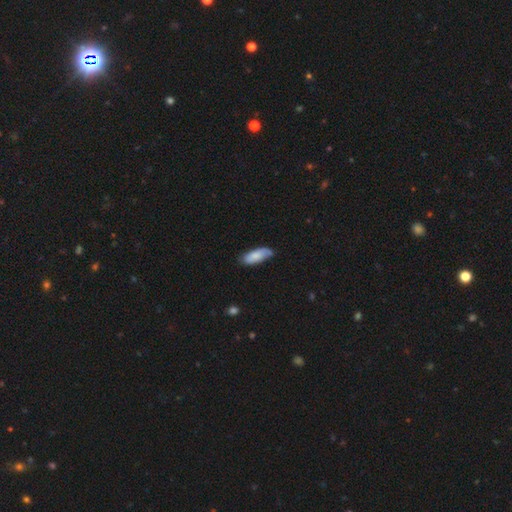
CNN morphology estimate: A smooth galaxy with no disk features (78%) that is in between round and cigar-shaped (74%). Merging: none (65%).